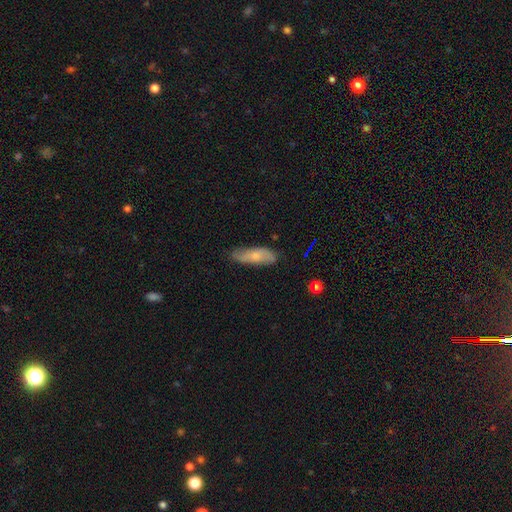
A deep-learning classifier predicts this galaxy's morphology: A smooth galaxy with no disk features (62%) that is in between round and cigar-shaped (56%).

Vote fractions:
- Smooth or featured? smooth: 62% / featured or disk: 31% / star or artifact: 6%
- How rounded? in between: 56% / cigar-shaped: 42% / round: 2%
- Merging? none: 75% / minor disturbance: 20% / major disturbance: 4% / merger: 1%